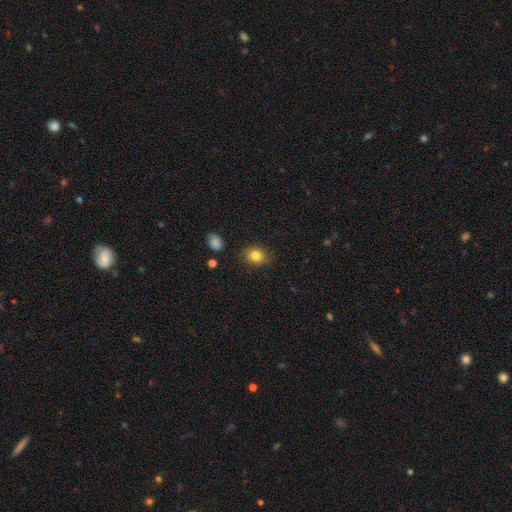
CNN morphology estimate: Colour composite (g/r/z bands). It shows a smooth galaxy with no disk features (83%) that is in between round and cigar-shaped (50%). Merging: none (83%).